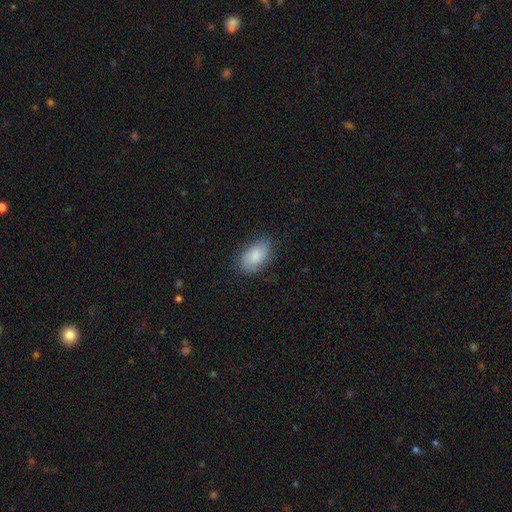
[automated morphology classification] Smooth or featured? smooth (70%)
How rounded? in between (92%)
Merging? none (71%)